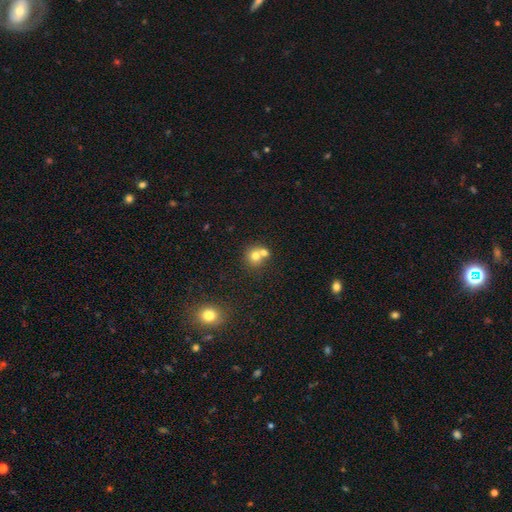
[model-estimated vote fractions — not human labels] Smooth or featured?
  - smooth: 72% *
  - featured or disk: 15%
  - star or artifact: 13%
How rounded?
  - round: 84% *
  - in between: 15%
  - cigar-shaped: 1%
Merging?
  - merger: 47% *
  - none: 43%
  - minor disturbance: 7%
  - major disturbance: 3%